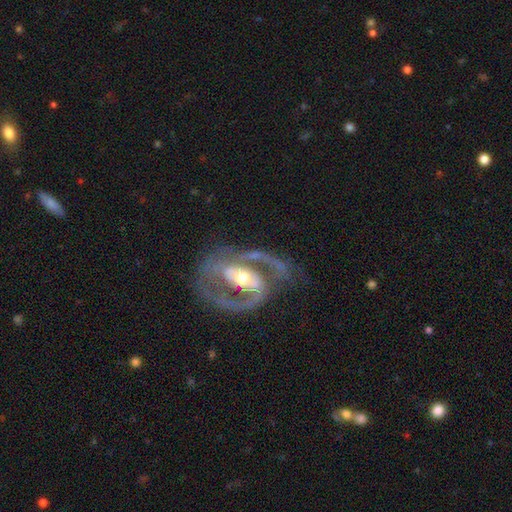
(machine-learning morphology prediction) This appears to be a featured or disk galaxy (91%) with a strong bar (41%), 2 (85%) medium (56%) spiral arms (94%) and a moderate central bulge (65%). Merging: none (60%).